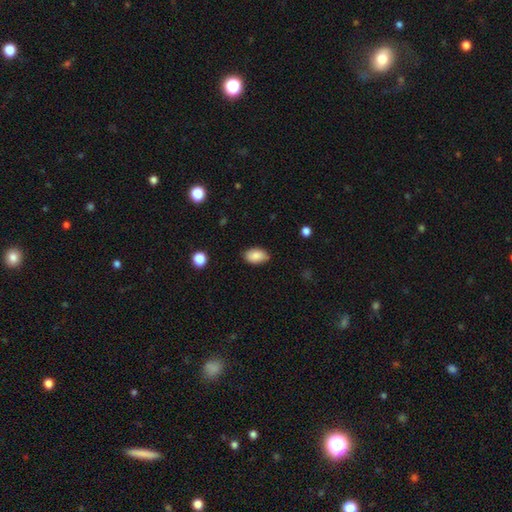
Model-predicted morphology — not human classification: This is clearly a smooth galaxy (87%). How rounded: clearly in between (92%). Merging: clearly none (81%).